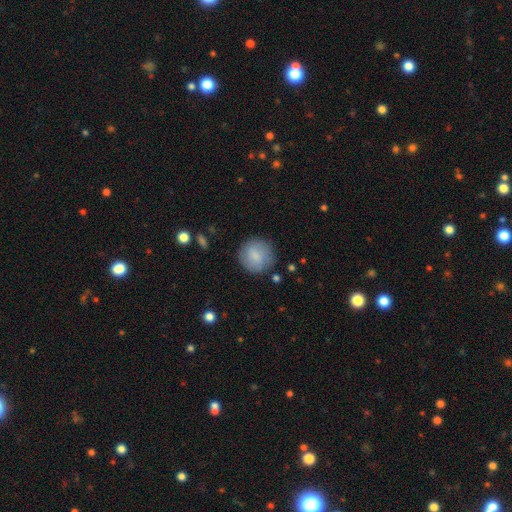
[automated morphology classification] Smooth or featured?
  - smooth: 83% *
  - featured or disk: 11%
  - star or artifact: 6%
How rounded?
  - round: 93% *
  - in between: 6%
  - cigar-shaped: 1%
Merging?
  - none: 82% *
  - minor disturbance: 12%
  - major disturbance: 4%
  - merger: 2%